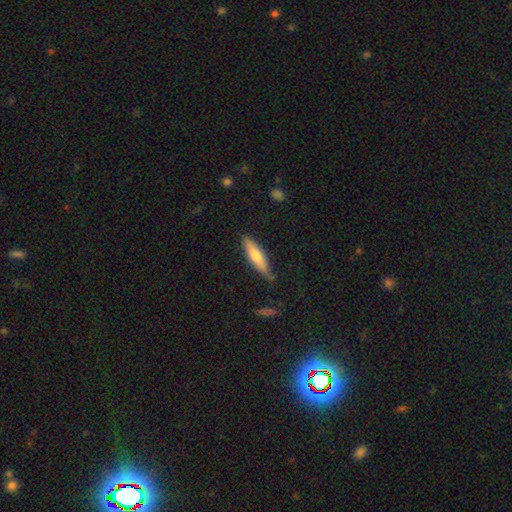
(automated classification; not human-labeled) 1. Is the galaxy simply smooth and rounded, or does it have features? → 60% smooth, 34% featured or disk, 6% star or artifact.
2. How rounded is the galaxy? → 68% cigar-shaped, 30% in between, 2% round.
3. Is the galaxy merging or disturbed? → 77% none, 18% minor disturbance, 3% major disturbance, 2% merger.